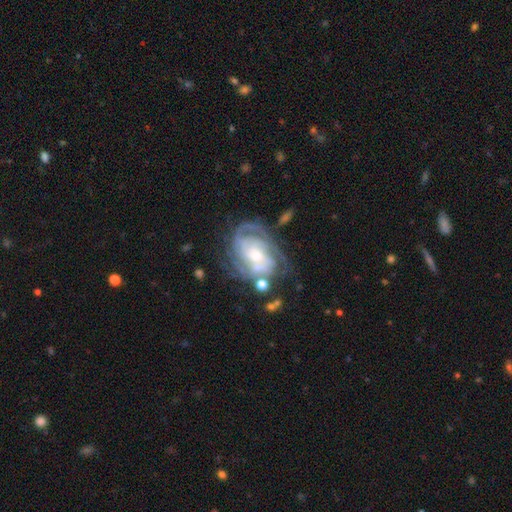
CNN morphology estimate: Smooth or featured? featured or disk (87%)
Edge-on disk? no (97%)
Bar? no (61%)
Spiral arms? yes (95%)
Spiral winding? tight (65%)
Spiral arm count? can't tell (34%)
Bulge size? moderate (47%)
Merging? none (61%)